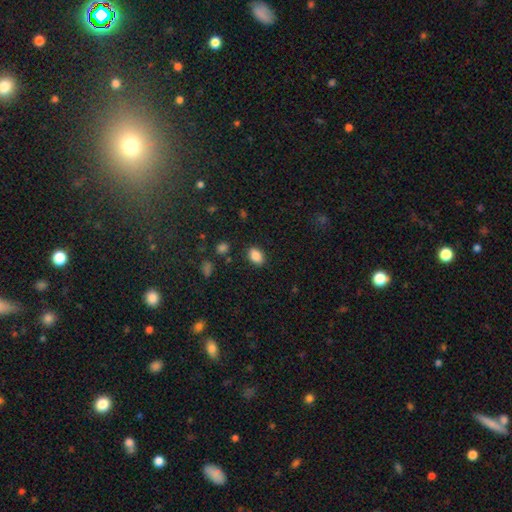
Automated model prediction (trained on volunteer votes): Q: Smooth or featured?
A: smooth (87%); runner-up: star or artifact (9%)
Q: How rounded?
A: in between (85%); runner-up: round (13%)
Q: Merging?
A: none (86%); runner-up: minor disturbance (10%)